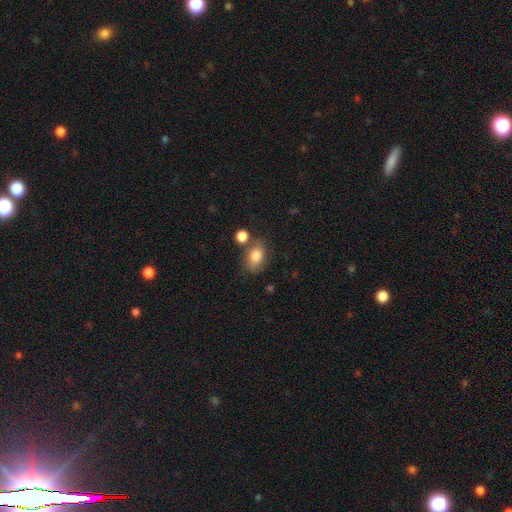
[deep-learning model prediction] Smooth or featured? smooth (82%)
How rounded? in between (72%)
Merging? none (63%)